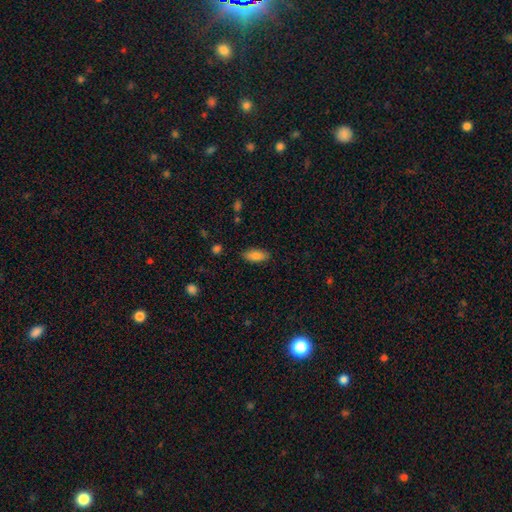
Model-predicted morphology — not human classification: Q: Smooth or featured?
A: smooth (84%); runner-up: featured or disk (9%)
Q: How rounded?
A: in between (85%); runner-up: cigar-shaped (12%)
Q: Merging?
A: none (87%); runner-up: minor disturbance (10%)